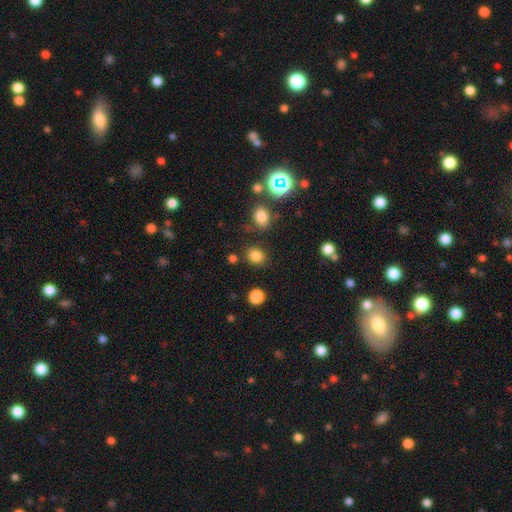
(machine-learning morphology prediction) Q: Smooth or featured?
A: smooth (81%); runner-up: star or artifact (14%)
Q: How rounded?
A: round (64%); runner-up: in between (35%)
Q: Merging?
A: none (83%); runner-up: minor disturbance (9%)